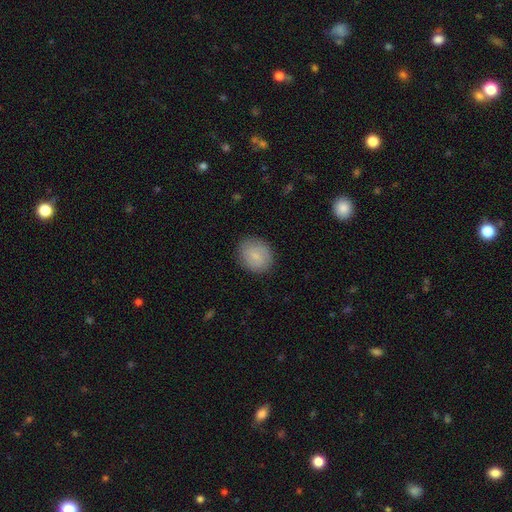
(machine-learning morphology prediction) Q: Smooth or featured?
A: smooth (74%); runner-up: featured or disk (19%)
Q: How rounded?
A: round (62%); runner-up: in between (37%)
Q: Merging?
A: none (86%); runner-up: minor disturbance (11%)